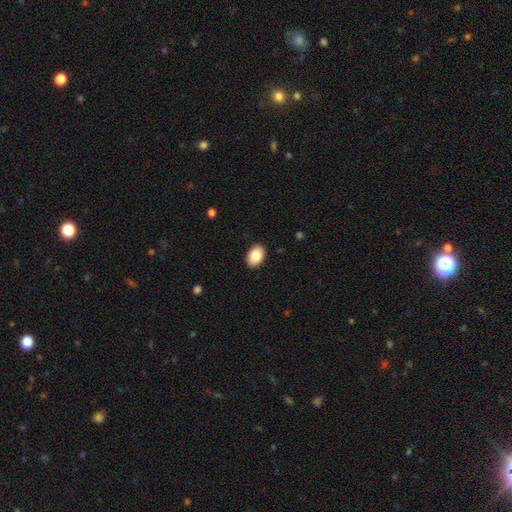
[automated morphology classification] Smooth or featured?
  - smooth: 86% *
  - featured or disk: 7%
  - star or artifact: 7%
How rounded?
  - in between: 88% *
  - round: 11%
  - cigar-shaped: 1%
Merging?
  - none: 90% *
  - minor disturbance: 7%
  - major disturbance: 2%
  - merger: 1%